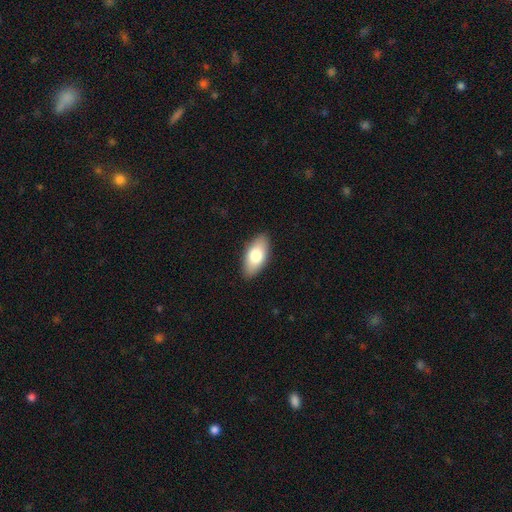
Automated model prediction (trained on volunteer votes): Smooth or featured? Predicted: smooth (p=0.76). How rounded? Predicted: in between (p=0.91). Merging? Predicted: none (p=0.89).